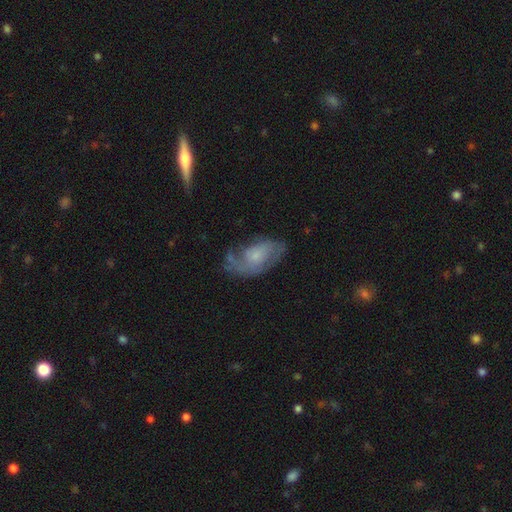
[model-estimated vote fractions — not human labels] smooth_or_featured: featured or disk (p=0.63) [alt: smooth p=0.30]
disk_edge_on: no (p=0.94) [alt: yes p=0.06]
bar: no (p=0.74) [alt: weak p=0.23]
has_spiral_arms: yes (p=0.80) [alt: no p=0.20]
bulge_size: small (p=0.60) [alt: moderate p=0.23]
merging: none (p=0.52) [alt: minor disturbance p=0.26]